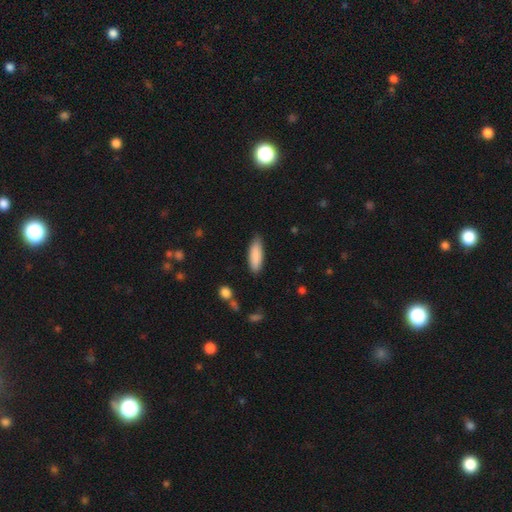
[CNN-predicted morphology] Q: Smooth or featured?
A: smooth (87%); runner-up: featured or disk (7%)
Q: How rounded?
A: in between (53%); runner-up: cigar-shaped (45%)
Q: Merging?
A: none (83%); runner-up: minor disturbance (14%)